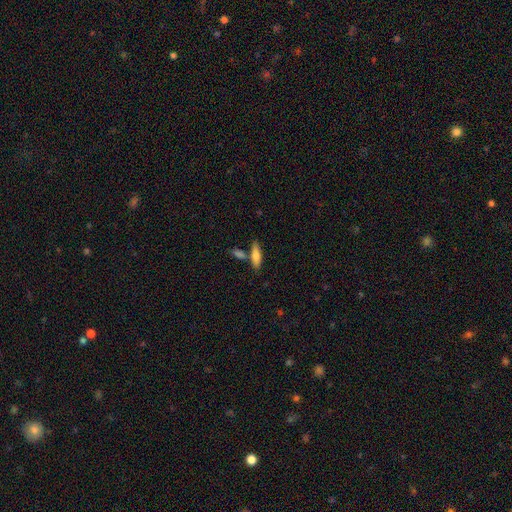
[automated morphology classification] A smooth galaxy with no disk features (75%) that is in between round and cigar-shaped (50%). Merging: none (69%).